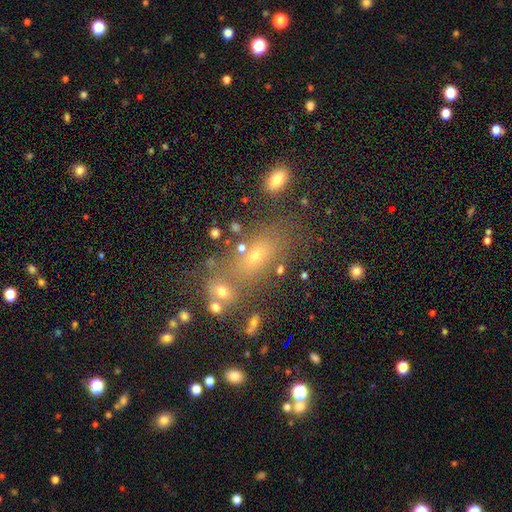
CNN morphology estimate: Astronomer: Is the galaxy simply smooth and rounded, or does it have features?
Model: smooth — 59%.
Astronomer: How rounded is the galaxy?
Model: in between — 76%.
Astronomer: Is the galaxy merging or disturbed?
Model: none — 57%.